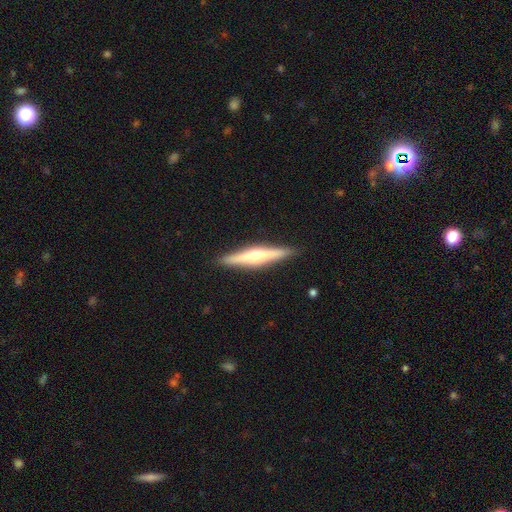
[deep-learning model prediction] Smooth or featured?
  - featured or disk: 70% *
  - smooth: 25%
  - star or artifact: 5%
Edge-on disk?
  - yes: 97% *
  - no: 3%
Edge-on bulge?
  - rounded: 87% *
  - boxy: 7%
  - none: 6%
Merging?
  - none: 91% *
  - minor disturbance: 7%
  - major disturbance: 1%
  - merger: 1%